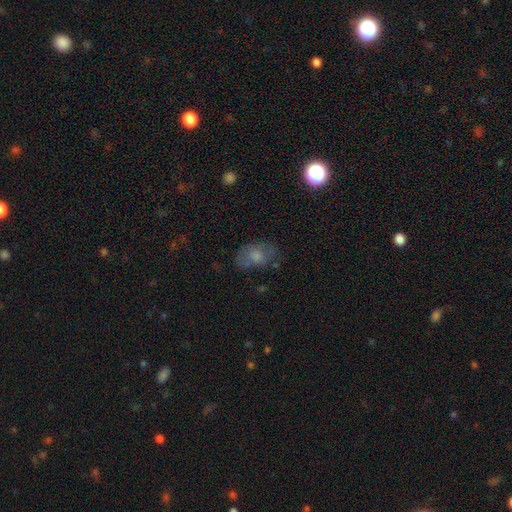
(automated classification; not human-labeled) Smooth or featured?
  - smooth: 63% *
  - featured or disk: 25%
  - star or artifact: 12%
How rounded?
  - in between: 81% *
  - round: 17%
  - cigar-shaped: 2%
Merging?
  - none: 59% *
  - minor disturbance: 24%
  - major disturbance: 14%
  - merger: 3%